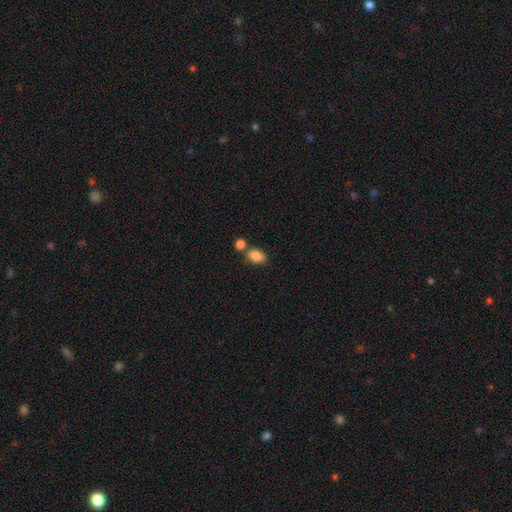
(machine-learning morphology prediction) Smooth or featured? smooth (86%)
How rounded? in between (86%)
Merging? none (56%)